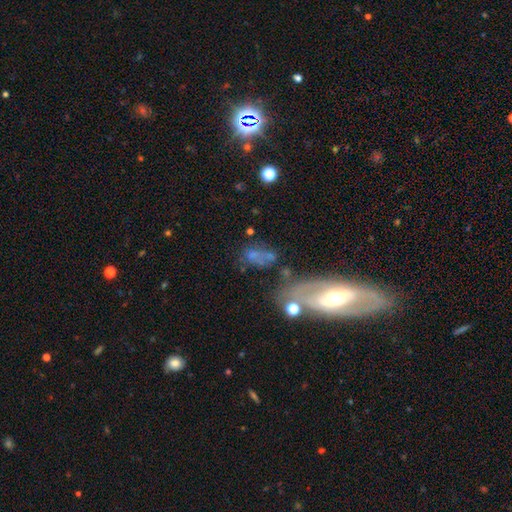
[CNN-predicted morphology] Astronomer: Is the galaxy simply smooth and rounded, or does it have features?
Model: smooth — 46% (runner-up: featured or disk, 33%).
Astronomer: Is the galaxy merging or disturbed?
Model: none — 33% (runner-up: major disturbance, 26%).